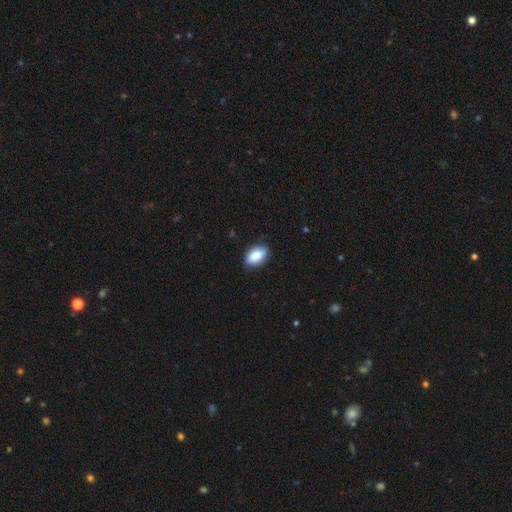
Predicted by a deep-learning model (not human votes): This appears to be a smooth galaxy with no disk features (87%) that is in between round and cigar-shaped (91%). Merging: none (83%).